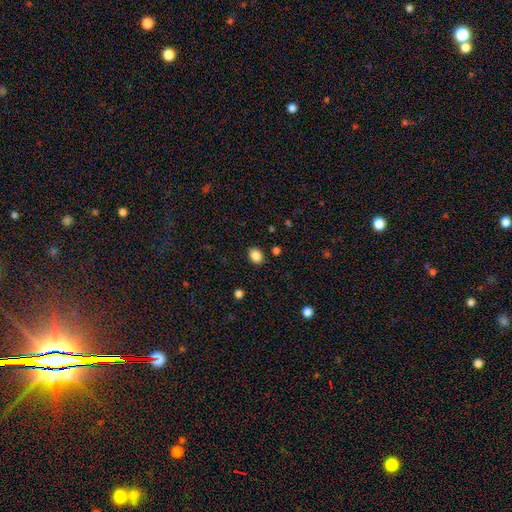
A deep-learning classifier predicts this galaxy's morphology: A smooth galaxy with no disk features (86%) that is in between round and cigar-shaped (53%). Merging: none (86%).